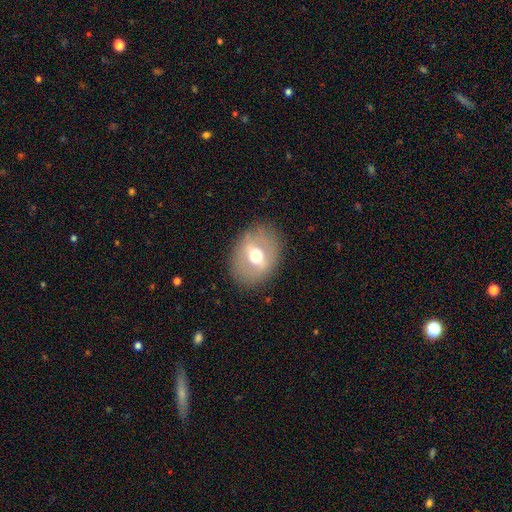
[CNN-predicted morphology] Smooth or featured: featured or disk — 47% (smooth — 43%)
Merging: none — 85% (minor disturbance — 10%)